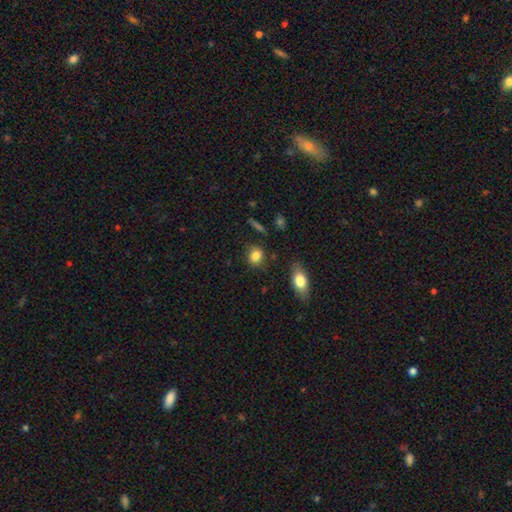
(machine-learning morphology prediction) Smooth or featured?
  - smooth: 83% *
  - star or artifact: 10%
  - featured or disk: 8%
How rounded?
  - round: 57% *
  - in between: 41%
  - cigar-shaped: 2%
Merging?
  - none: 79% *
  - minor disturbance: 15%
  - major disturbance: 4%
  - merger: 3%